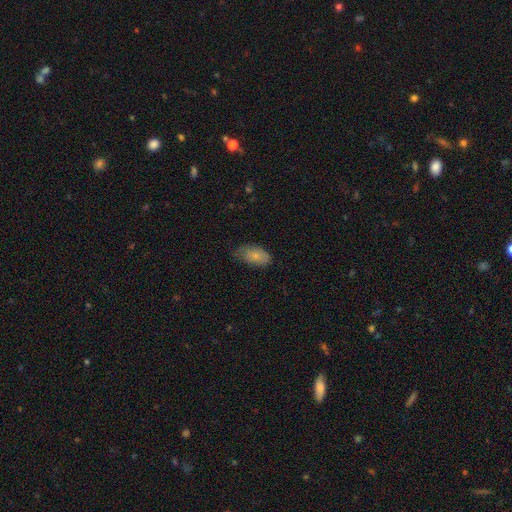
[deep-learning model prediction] Smooth or featured?
  - smooth: 79% *
  - featured or disk: 14%
  - star or artifact: 7%
How rounded?
  - in between: 93% *
  - round: 4%
  - cigar-shaped: 2%
Merging?
  - none: 57% *
  - minor disturbance: 34%
  - major disturbance: 8%
  - merger: 1%